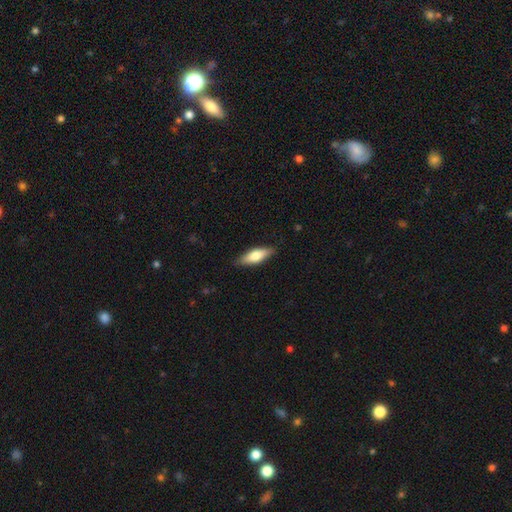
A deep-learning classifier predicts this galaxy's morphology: Smooth or featured? smooth (64%)
How rounded? in between (57%)
Merging? none (86%)